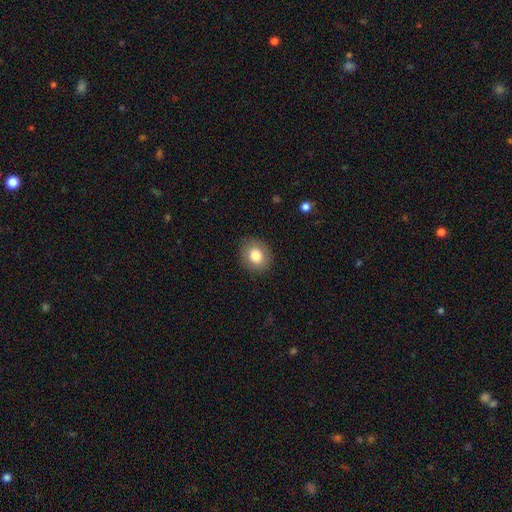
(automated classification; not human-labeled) Smooth or featured? smooth (81%)
How rounded? round (75%)
Merging? none (88%)